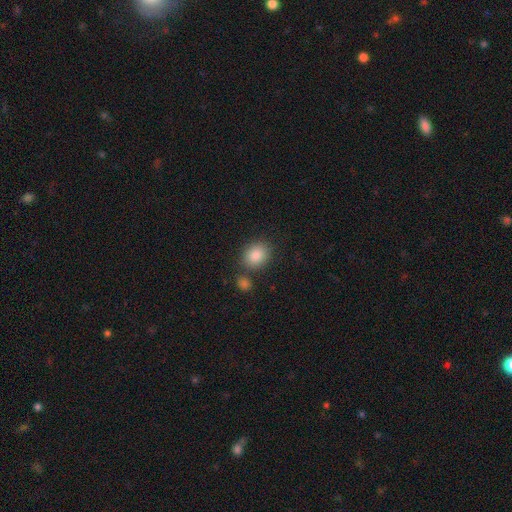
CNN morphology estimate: A smooth galaxy with no disk features (85%) that is round (60%). Merging: none (75%).